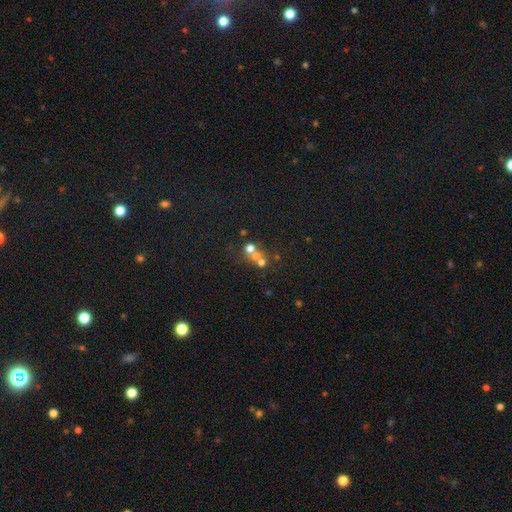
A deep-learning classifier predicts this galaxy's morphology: Q: Smooth or featured?
A: smooth (55%); runner-up: star or artifact (23%)
Q: How rounded?
A: round (82%); runner-up: in between (16%)
Q: Merging?
A: merger (51%); runner-up: none (38%)